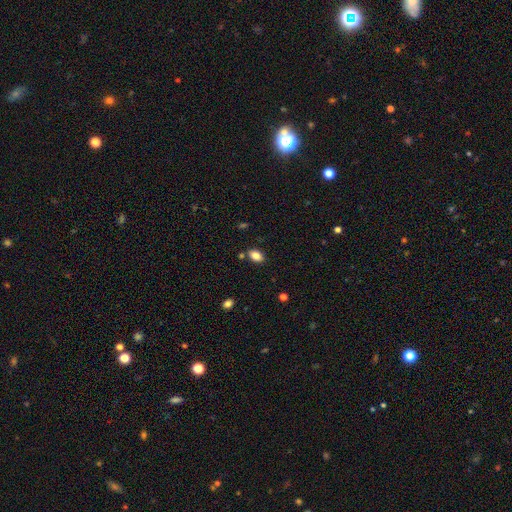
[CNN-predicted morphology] smooth_or_featured: smooth (p=0.85) [alt: star or artifact p=0.09]
how_rounded: in between (p=0.87) [alt: round p=0.11]
merging: none (p=0.82) [alt: minor disturbance p=0.10]